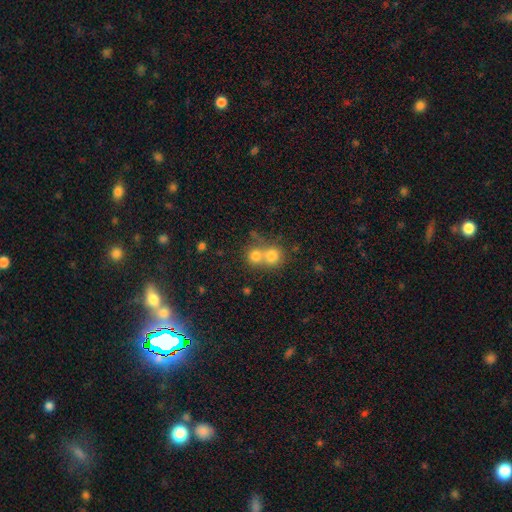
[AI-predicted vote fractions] Smooth or featured?
  - smooth: 75% *
  - featured or disk: 13%
  - star or artifact: 12%
How rounded?
  - round: 84% *
  - in between: 15%
  - cigar-shaped: 1%
Merging?
  - merger: 58% *
  - none: 34%
  - minor disturbance: 5%
  - major disturbance: 3%